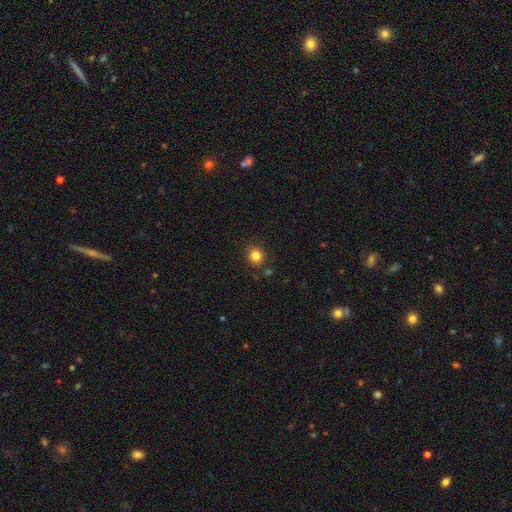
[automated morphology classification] The model was most divided on "how rounded": round: 82%, in between: 17%, cigar-shaped: 1%. More confident: merging — none (85%); smooth or featured — smooth (83%).